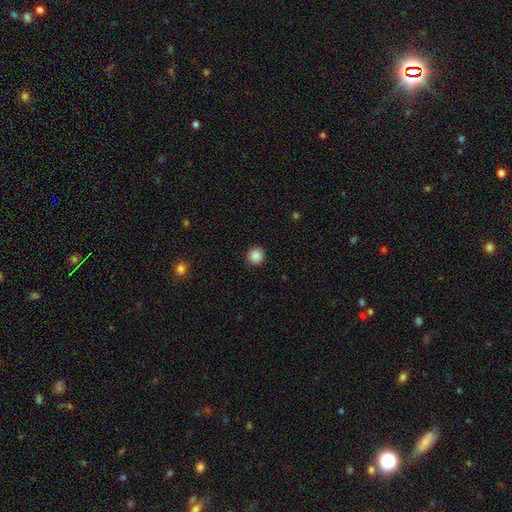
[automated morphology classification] Smooth or featured? Predicted: smooth (p=0.88). How rounded? Predicted: round (p=0.92). Merging? Predicted: none (p=0.91).